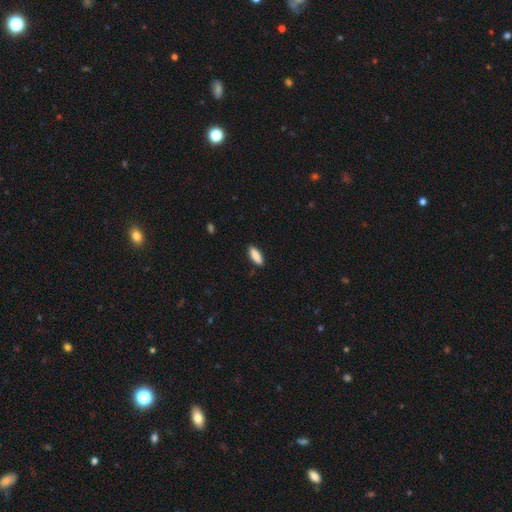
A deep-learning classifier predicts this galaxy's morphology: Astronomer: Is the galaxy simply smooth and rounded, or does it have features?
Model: smooth — 86%.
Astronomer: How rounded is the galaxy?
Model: in between — 60% (runner-up: cigar-shaped, 38%).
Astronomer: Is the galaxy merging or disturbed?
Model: none — 88%.